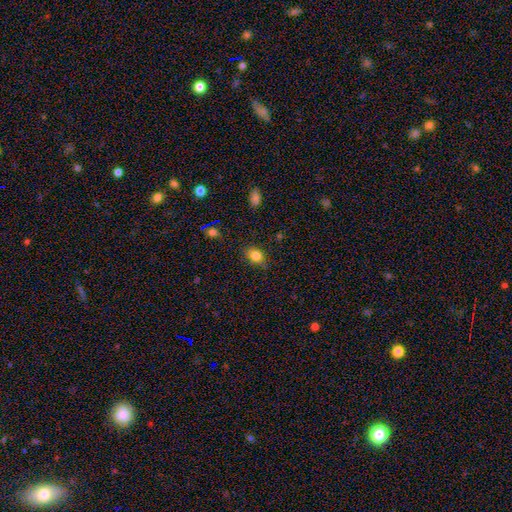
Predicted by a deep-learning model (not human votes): A smooth galaxy with no disk features (81%) that is in between round and cigar-shaped (59%).

Vote fractions:
- Smooth or featured? smooth: 81% / star or artifact: 11% / featured or disk: 7%
- How rounded? in between: 59% / round: 40% / cigar-shaped: 1%
- Merging? none: 80% / minor disturbance: 16% / major disturbance: 3% / merger: 1%